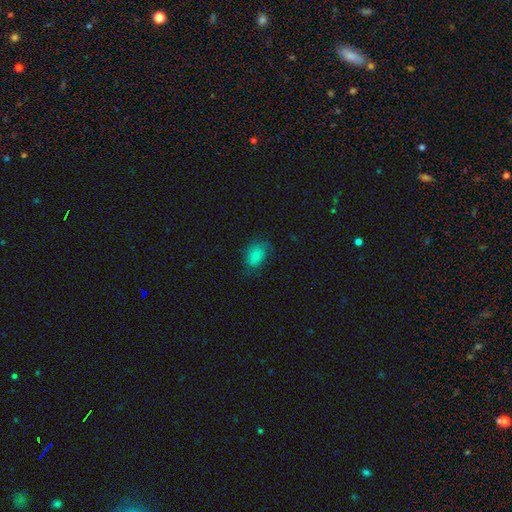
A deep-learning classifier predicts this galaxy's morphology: A smooth galaxy with no disk features (75%) that is in between round and cigar-shaped (77%).

Vote fractions:
- Smooth or featured? smooth: 75% / featured or disk: 16% / star or artifact: 9%
- How rounded? in between: 77% / round: 22% / cigar-shaped: 1%
- Merging? none: 62% / minor disturbance: 27% / major disturbance: 10% / merger: 1%